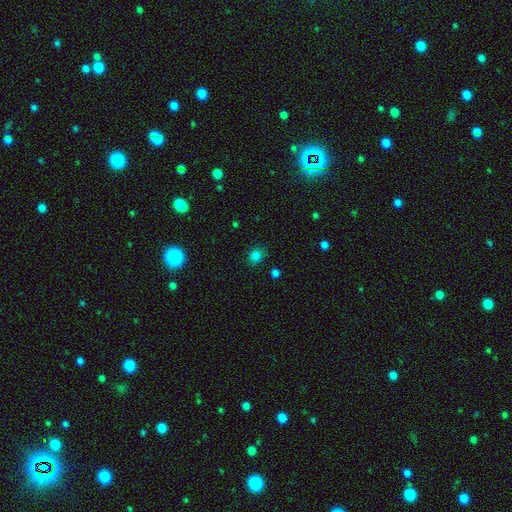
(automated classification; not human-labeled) Overall: smooth (79%). How rounded: round (66%; in between 33%). Merging: none (85%).